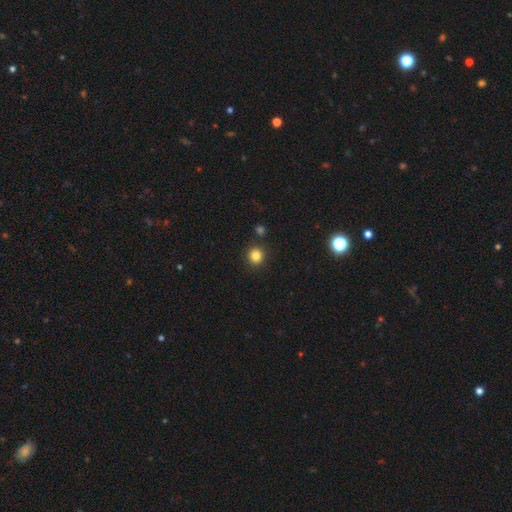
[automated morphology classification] type=smooth (83%); roundness=round (92%); merging=none (88%).